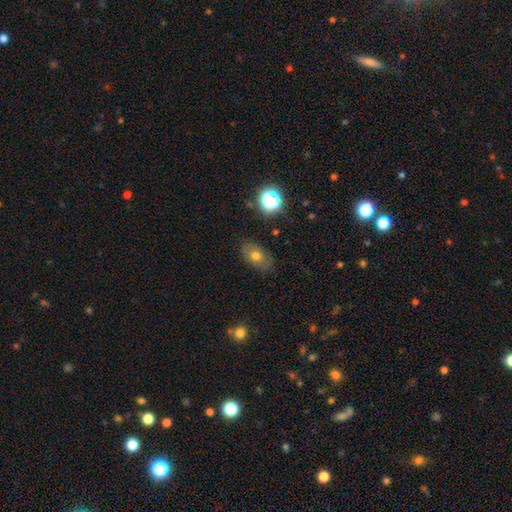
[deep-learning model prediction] smooth-or-featured: smooth: 62% | featured or disk: 25% | star or artifact: 13%
  how-rounded: in between: 83% | round: 15% | cigar-shaped: 2%
  merging: none: 81% | minor disturbance: 14% | major disturbance: 4% | merger: 2%